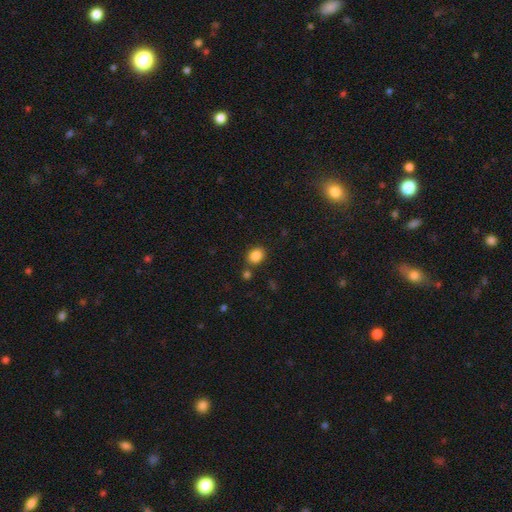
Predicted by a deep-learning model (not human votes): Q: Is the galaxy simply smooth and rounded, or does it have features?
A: smooth — 86%.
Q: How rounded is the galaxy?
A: round — 50%.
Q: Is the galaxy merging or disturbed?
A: none — 78%.